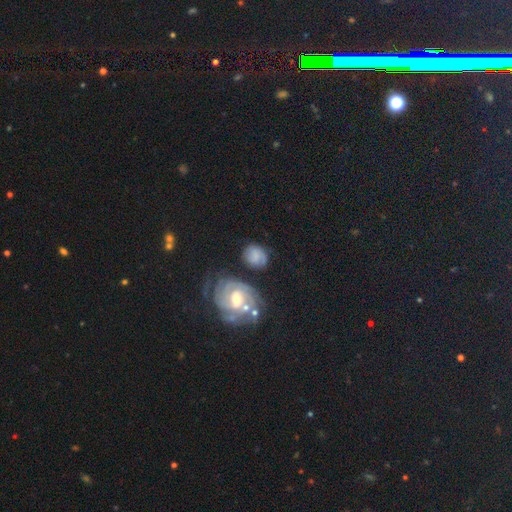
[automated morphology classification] smooth_or_featured: smooth (p=0.56) [alt: featured or disk p=0.35]
how_rounded: round (p=0.59) [alt: in between p=0.40]
merging: none (p=0.62) [alt: minor disturbance p=0.19]